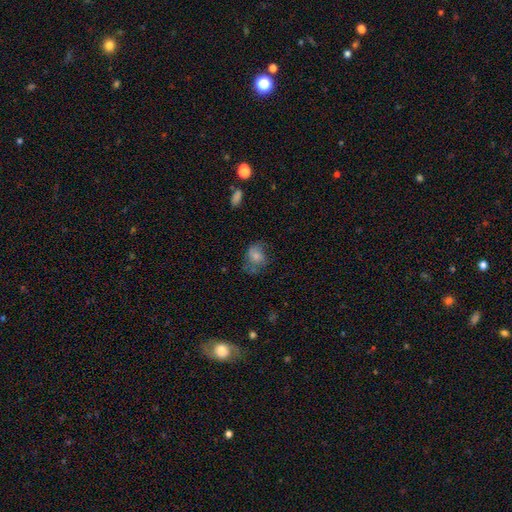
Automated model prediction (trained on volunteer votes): Morphology: type=smooth (66%); roundness=in between (51%); merging=none (44%).